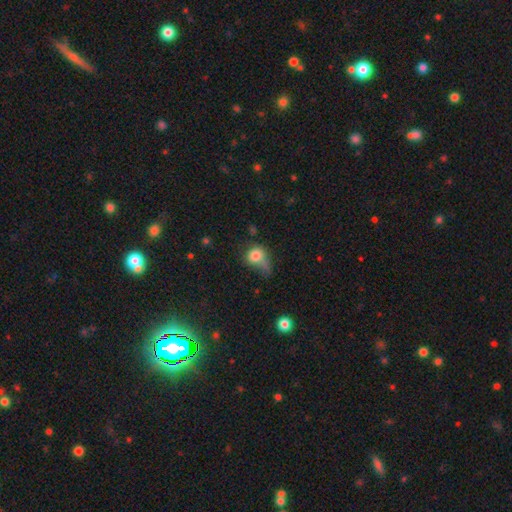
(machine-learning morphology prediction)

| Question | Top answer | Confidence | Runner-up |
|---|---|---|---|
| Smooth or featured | smooth | 77% | featured or disk (12%) |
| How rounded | round | 65% | in between (34%) |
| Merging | major disturbance | 34% | minor disturbance (30%) |